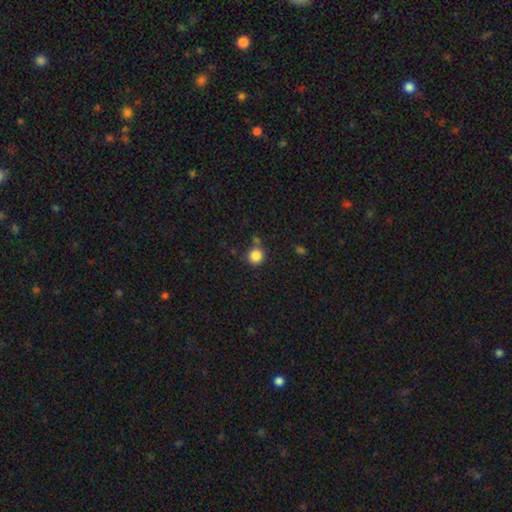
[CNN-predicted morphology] The model was most divided on "merging": none: 75%, minor disturbance: 12%, merger: 10%, major disturbance: 4%. More confident: how rounded — round (90%); smooth or featured — smooth (85%).